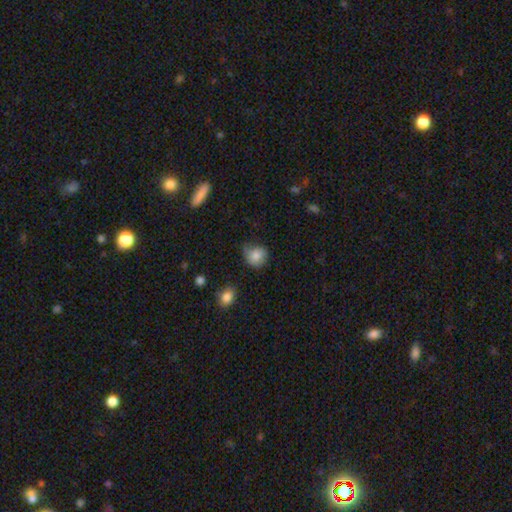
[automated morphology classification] This appears to be a smooth galaxy with no disk features (78%) that is round (79%). Merging: none (53%).